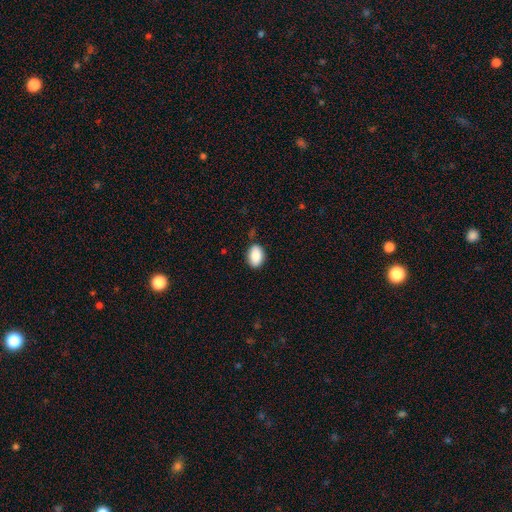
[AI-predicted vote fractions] This is clearly a smooth galaxy (87%). How rounded: clearly in between (86%). Merging: clearly none (81%).